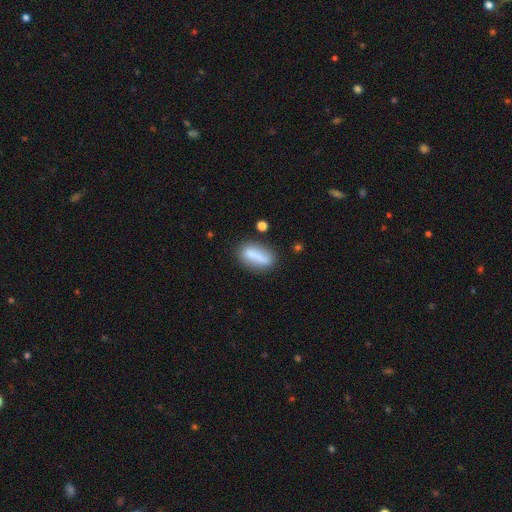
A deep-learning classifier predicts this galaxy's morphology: Smooth or featured? Predicted: smooth (p=0.76). How rounded? Predicted: in between (p=0.65). Merging? Predicted: none (p=0.72).